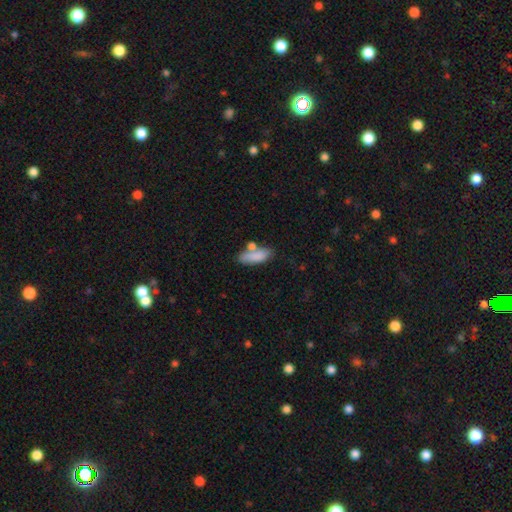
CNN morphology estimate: Smooth or featured? smooth (82%)
How rounded? in between (72%)
Merging? none (54%)